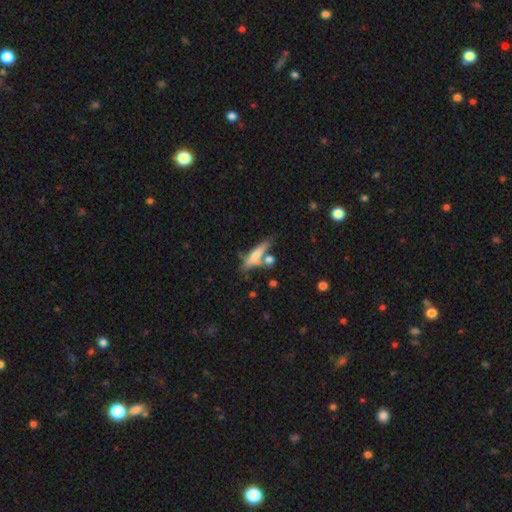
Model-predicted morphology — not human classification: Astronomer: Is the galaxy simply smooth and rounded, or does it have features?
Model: smooth — 61%.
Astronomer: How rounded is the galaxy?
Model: cigar-shaped — 76%.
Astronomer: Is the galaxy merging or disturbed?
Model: none — 52%.